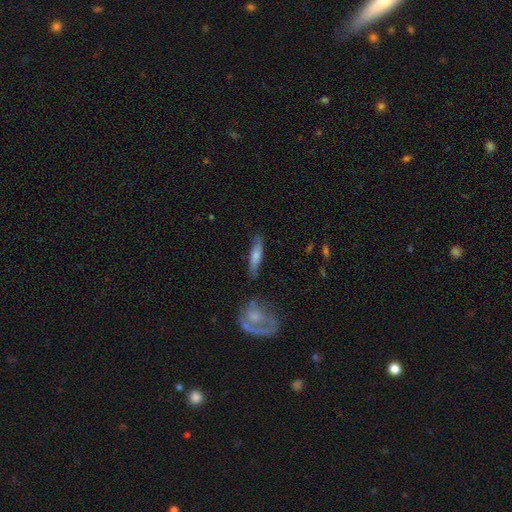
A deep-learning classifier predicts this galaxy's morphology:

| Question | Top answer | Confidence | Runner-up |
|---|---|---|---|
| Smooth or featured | smooth | 66% | featured or disk (28%) |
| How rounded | cigar-shaped | 81% | in between (17%) |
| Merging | none | 80% | minor disturbance (13%) |